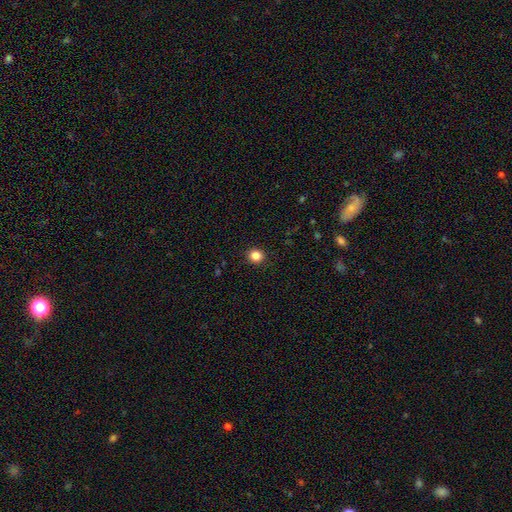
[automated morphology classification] A smooth galaxy with no disk features (85%) that is round (89%).

Vote fractions:
- Smooth or featured? smooth: 85% / star or artifact: 11% / featured or disk: 4%
- How rounded? round: 89% / in between: 10% / cigar-shaped: 1%
- Merging? none: 92% / minor disturbance: 5% / major disturbance: 2% / merger: 1%